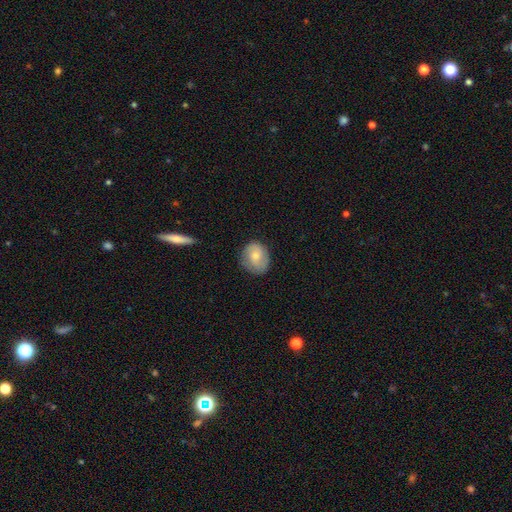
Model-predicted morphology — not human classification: Smooth or featured? smooth (67%)
How rounded? round (62%)
Merging? none (73%)